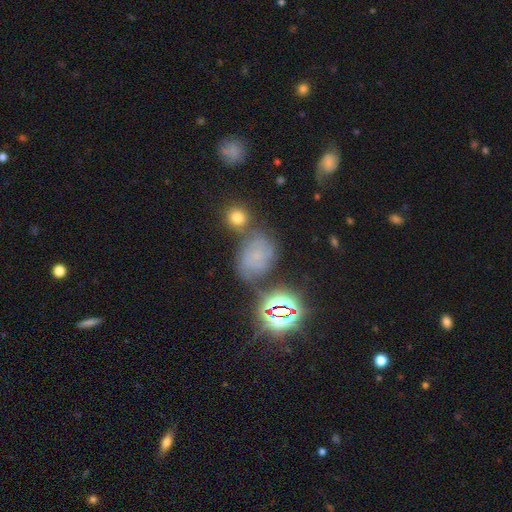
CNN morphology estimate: This appears to be a star or artifact, not a galaxy (56%).